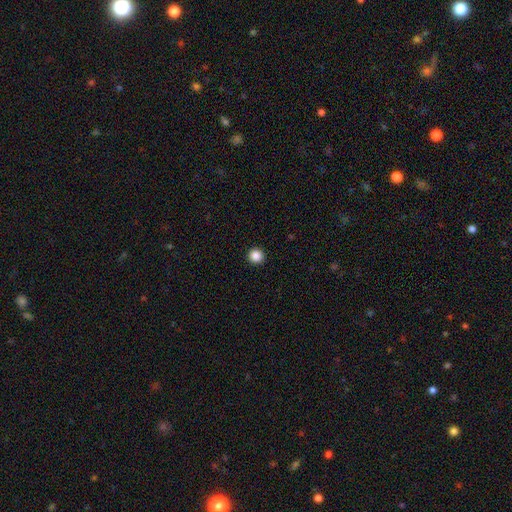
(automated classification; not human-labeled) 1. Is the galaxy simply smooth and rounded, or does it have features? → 86% smooth, 10% star or artifact, 3% featured or disk.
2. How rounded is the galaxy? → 96% round, 3% in between, 1% cigar-shaped.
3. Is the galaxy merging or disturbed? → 94% none, 4% minor disturbance, 1% major disturbance, 1% merger.